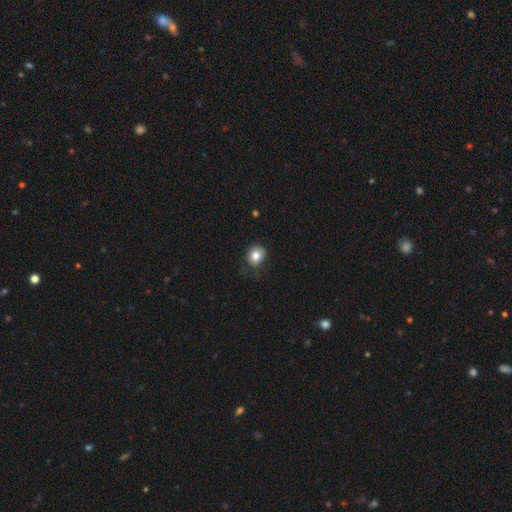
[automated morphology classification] A smooth galaxy with no disk features (81%) that is round (73%). Merging: none (68%).